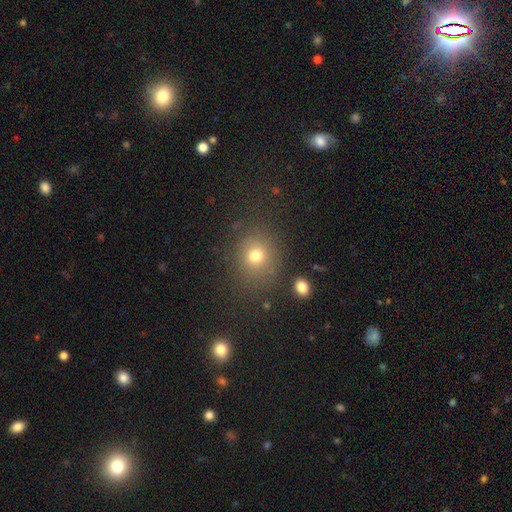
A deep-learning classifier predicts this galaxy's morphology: This is likely a smooth galaxy (75%). How rounded: likely round (73%). Merging: likely none (79%).